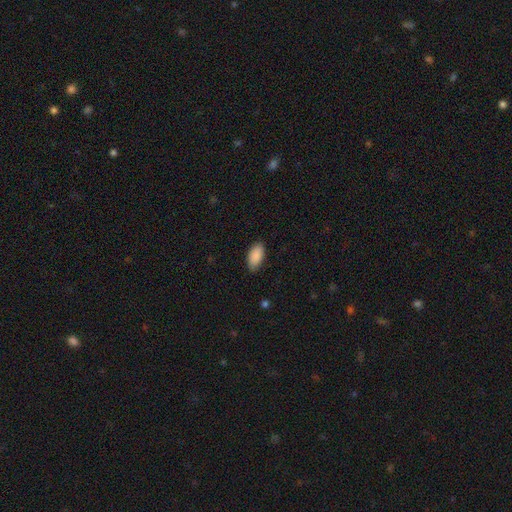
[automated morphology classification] smooth-or-featured: smooth: 90% | star or artifact: 6% | featured or disk: 4%
  how-rounded: in between: 94% | cigar-shaped: 4% | round: 2%
  merging: none: 82% | minor disturbance: 15% | major disturbance: 3% | merger: 1%